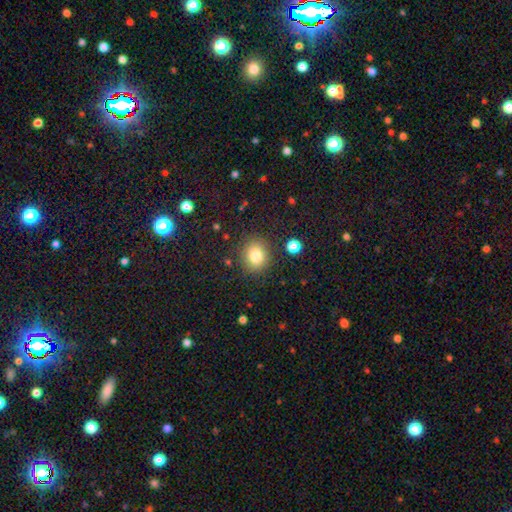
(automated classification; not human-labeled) Q: Smooth or featured?
A: smooth (81%); runner-up: star or artifact (11%)
Q: How rounded?
A: round (73%); runner-up: in between (26%)
Q: Merging?
A: none (85%); runner-up: minor disturbance (9%)